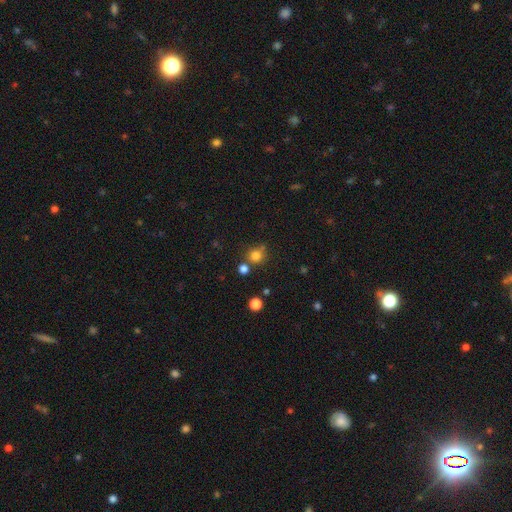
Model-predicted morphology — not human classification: Overall: smooth (80%). How rounded: round (90%). Merging: none (71%).